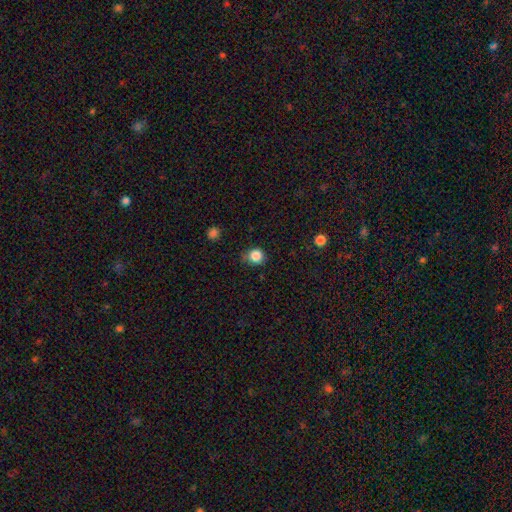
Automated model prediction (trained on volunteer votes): smooth 85%, star or artifact 11%, featured or disk 4%. Down the decision tree: how rounded — round (87%); merging — none (70%).